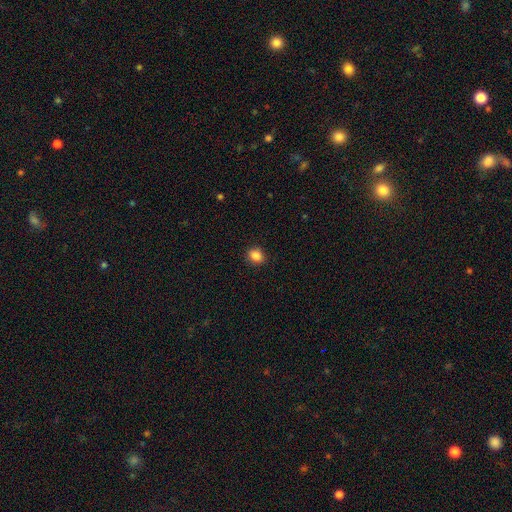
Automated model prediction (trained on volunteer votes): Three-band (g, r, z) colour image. It shows a smooth galaxy with no disk features (86%) that is round (61%). Merging: none (89%).